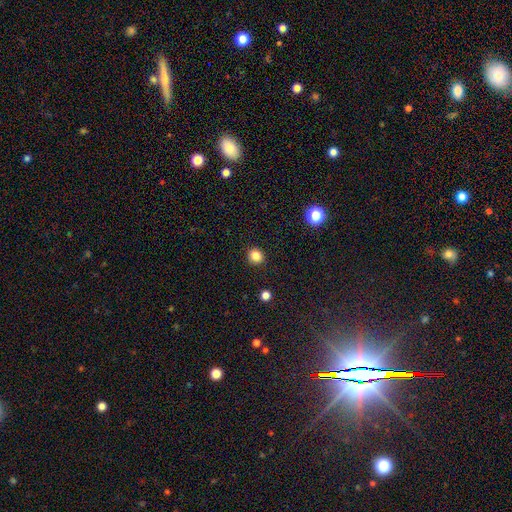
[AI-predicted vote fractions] Morphology: type=smooth (84%); roundness=round (83%); merging=none (91%).